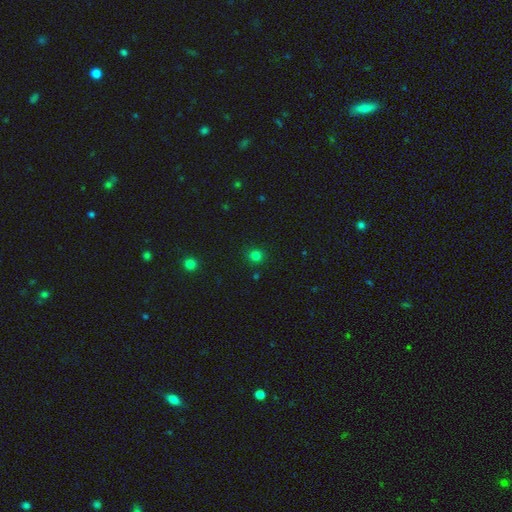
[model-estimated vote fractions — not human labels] Morphology: type=smooth (79%); roundness=round (90%); merging=none (90%).